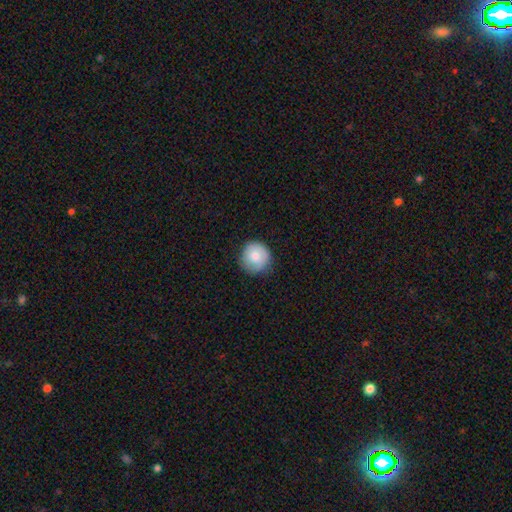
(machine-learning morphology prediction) Smooth or featured? Predicted: smooth (p=0.78). How rounded? Predicted: round (p=0.93). Merging? Predicted: none (p=0.80).